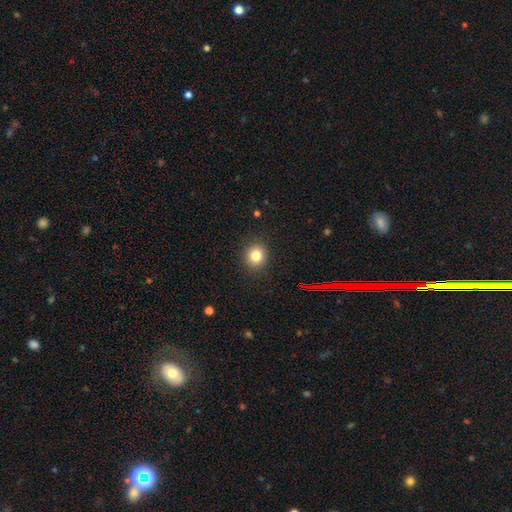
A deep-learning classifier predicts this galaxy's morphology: smooth_or_featured: smooth (p=0.81) [alt: star or artifact p=0.12]
how_rounded: round (p=0.85) [alt: in between p=0.14]
merging: none (p=0.90) [alt: minor disturbance p=0.06]